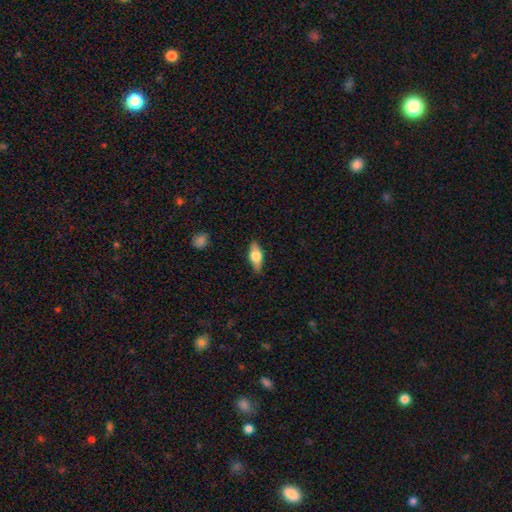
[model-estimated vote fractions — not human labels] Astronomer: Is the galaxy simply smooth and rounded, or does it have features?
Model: smooth — 57% (runner-up: featured or disk, 36%).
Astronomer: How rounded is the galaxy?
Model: in between — 76%.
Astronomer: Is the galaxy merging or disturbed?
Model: none — 85%.